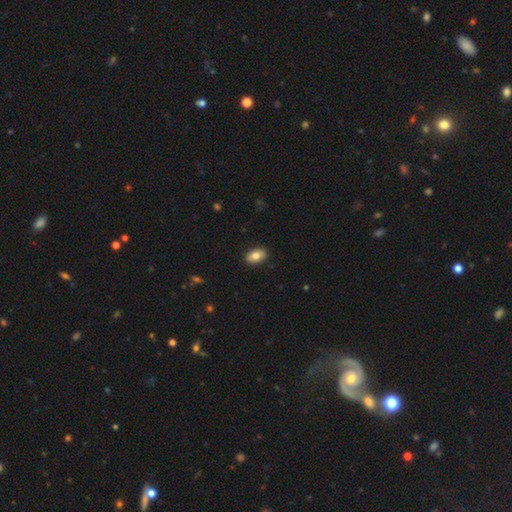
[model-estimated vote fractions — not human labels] Overall: smooth (81%). How rounded: in between (90%). Merging: none (89%).